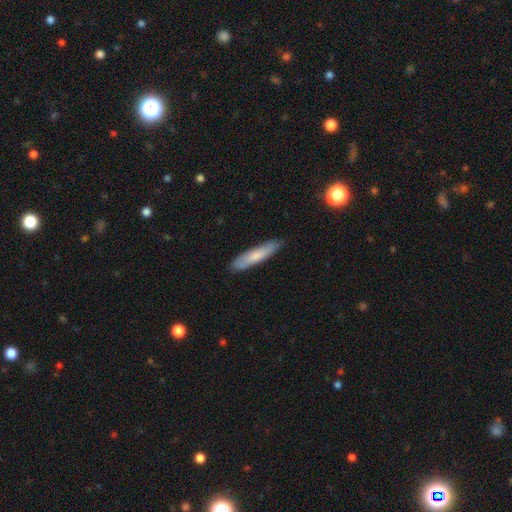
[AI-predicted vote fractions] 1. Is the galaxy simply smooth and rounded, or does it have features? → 71% smooth, 23% featured or disk, 5% star or artifact.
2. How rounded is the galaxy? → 85% cigar-shaped, 14% in between, 1% round.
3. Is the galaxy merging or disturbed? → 84% none, 13% minor disturbance, 2% major disturbance, 1% merger.